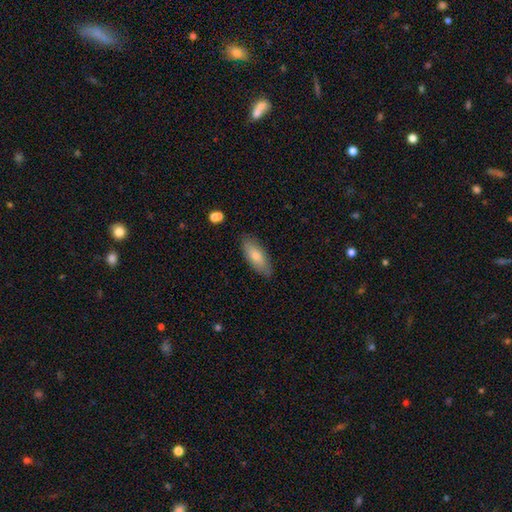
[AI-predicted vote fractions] Smooth or featured? Predicted: smooth (p=0.73). How rounded? Predicted: in between (p=0.71). Merging? Predicted: none (p=0.86).